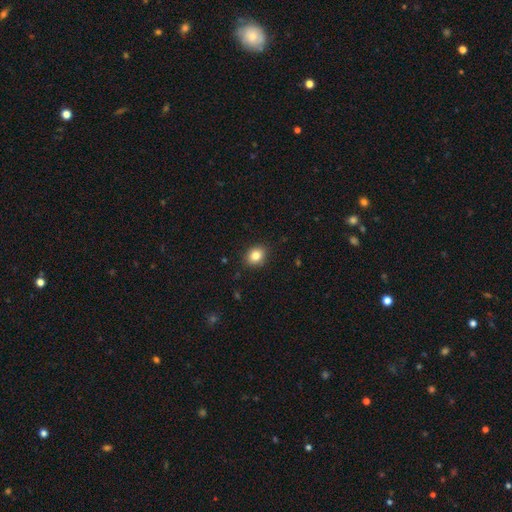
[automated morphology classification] type=smooth (83%); roundness=in between (50%); merging=none (87%).